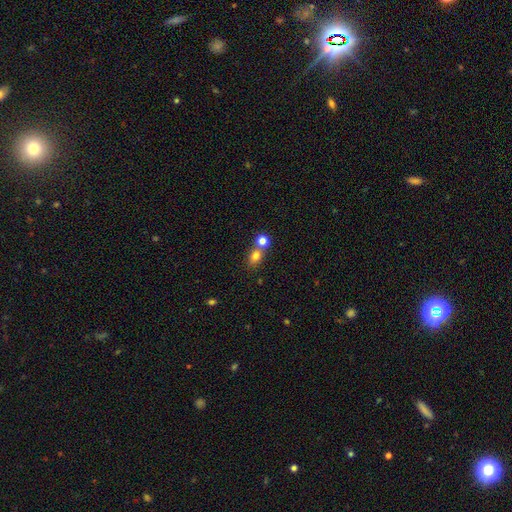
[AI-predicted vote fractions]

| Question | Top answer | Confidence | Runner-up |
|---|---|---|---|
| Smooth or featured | smooth | 78% | star or artifact (13%) |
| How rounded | in between | 51% | round (47%) |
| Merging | merger | 45% | none (44%) |